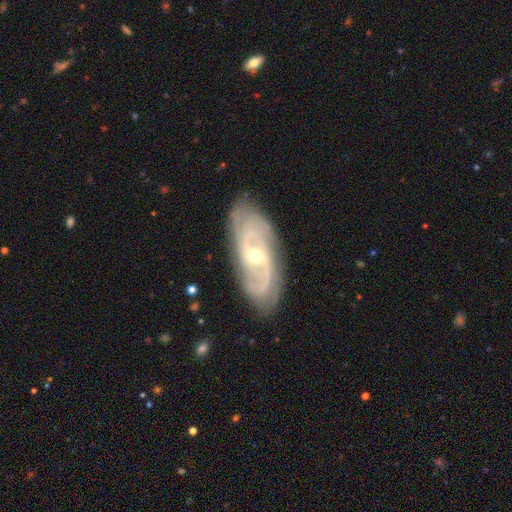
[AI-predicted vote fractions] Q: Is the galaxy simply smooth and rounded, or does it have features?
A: featured or disk — 86%.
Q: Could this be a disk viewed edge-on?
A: no — 92%.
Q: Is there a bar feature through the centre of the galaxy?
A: no — 45%.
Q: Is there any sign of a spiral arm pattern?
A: yes — 96%.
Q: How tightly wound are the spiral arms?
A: tight — 48%.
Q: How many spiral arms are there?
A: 2 — 48%.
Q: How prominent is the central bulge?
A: moderate — 51%.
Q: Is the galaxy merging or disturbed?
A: none — 83%.